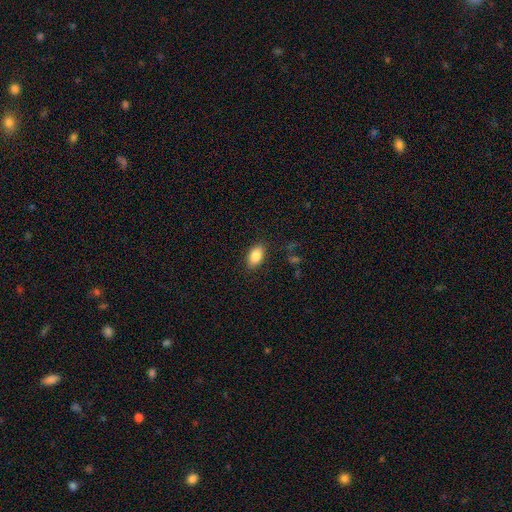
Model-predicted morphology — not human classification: Overall: smooth (87%). How rounded: in between (92%). Merging: none (86%).